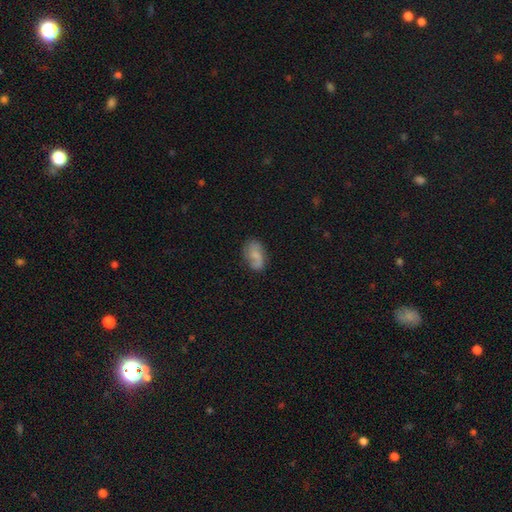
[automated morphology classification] smooth_or_featured: smooth (p=0.52) [alt: featured or disk p=0.40]
how_rounded: in between (p=0.87) [alt: round p=0.11]
merging: none (p=0.65) [alt: minor disturbance p=0.24]